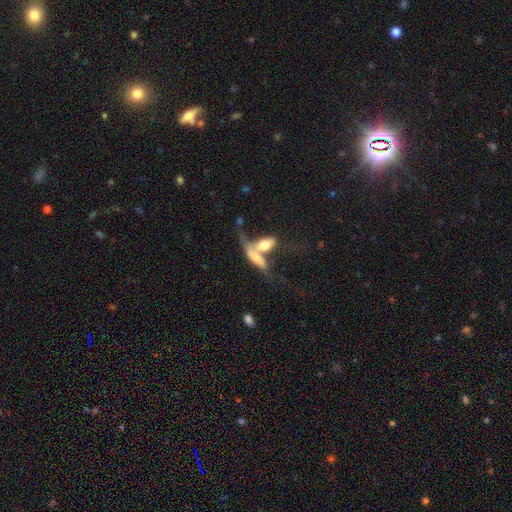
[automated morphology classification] The model was most divided on "smooth or featured": smooth: 53%, featured or disk: 39%, star or artifact: 8%. More confident: merging — merger (72%); how rounded — in between (63%).